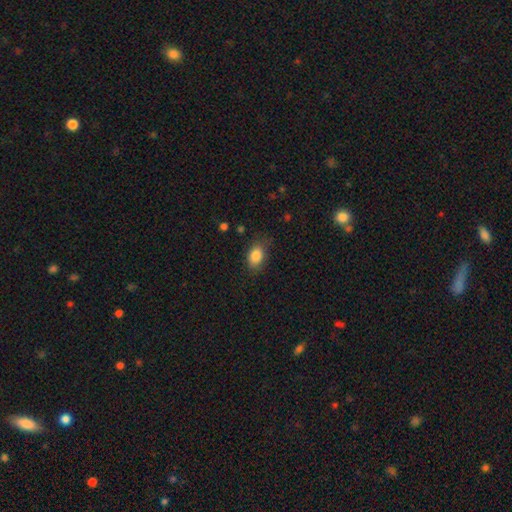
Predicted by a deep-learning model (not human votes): A smooth galaxy with no disk features (85%) that is in between round and cigar-shaped (82%). Merging: none (75%).